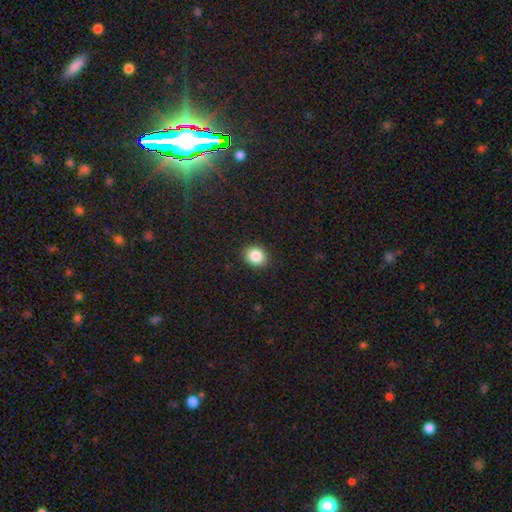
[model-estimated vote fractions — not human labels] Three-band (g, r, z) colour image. It shows a smooth galaxy with no disk features (87%) that is round (63%). Merging: none (90%).